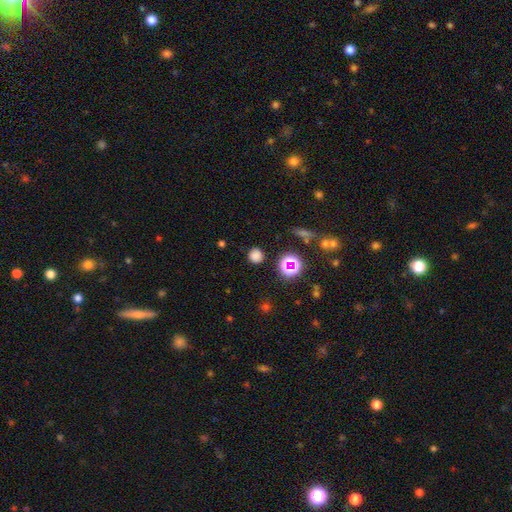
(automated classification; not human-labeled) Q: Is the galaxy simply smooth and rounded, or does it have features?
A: smooth — 74%.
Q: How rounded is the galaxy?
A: round — 91%.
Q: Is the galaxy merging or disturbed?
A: none — 87%.